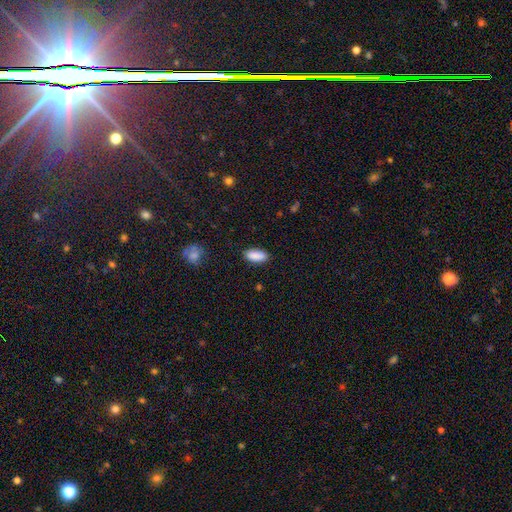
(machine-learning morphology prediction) Smooth or featured?
  - smooth: 89% *
  - star or artifact: 7%
  - featured or disk: 4%
How rounded?
  - in between: 86% *
  - cigar-shaped: 12%
  - round: 2%
Merging?
  - none: 85% *
  - minor disturbance: 11%
  - major disturbance: 2%
  - merger: 2%